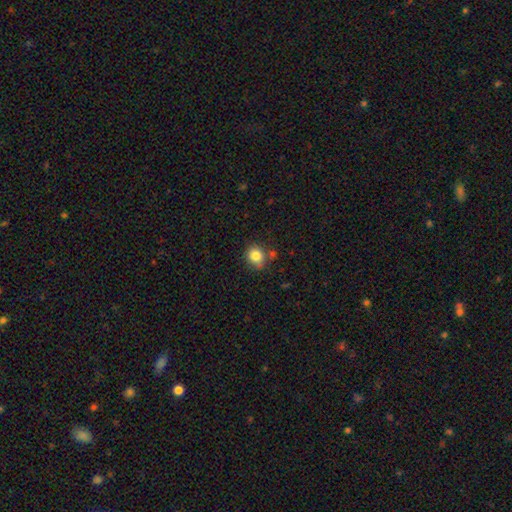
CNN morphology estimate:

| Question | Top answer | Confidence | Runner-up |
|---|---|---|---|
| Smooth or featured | smooth | 83% | star or artifact (10%) |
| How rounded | round | 76% | in between (23%) |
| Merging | none | 73% | minor disturbance (15%) |